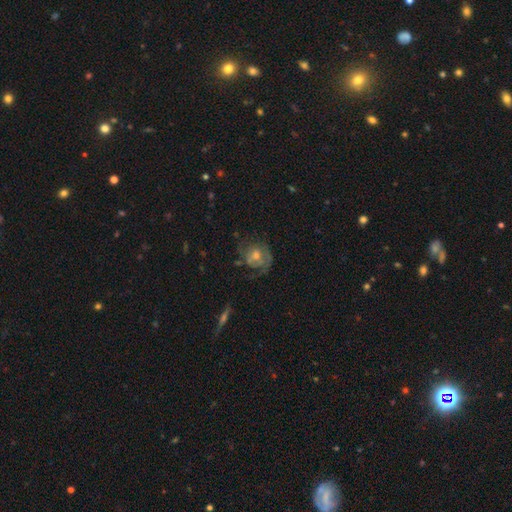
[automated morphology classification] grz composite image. It shows a featured or disk galaxy (68%) with no bar (74%), spiral arms (77%) and a moderate central bulge (61%). Merging: none (61%).